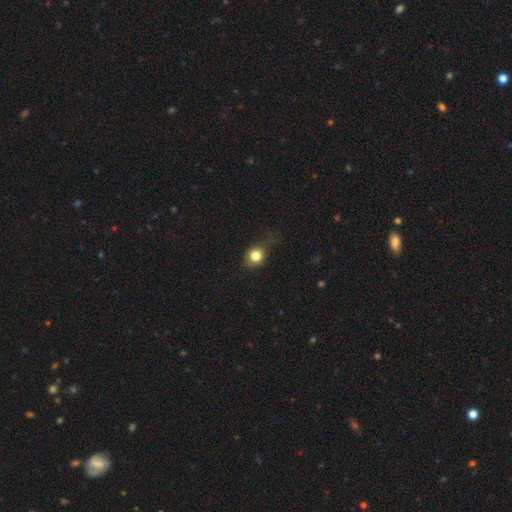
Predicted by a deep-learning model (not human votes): Smooth or featured? smooth (80%)
How rounded? round (69%)
Merging? none (63%)